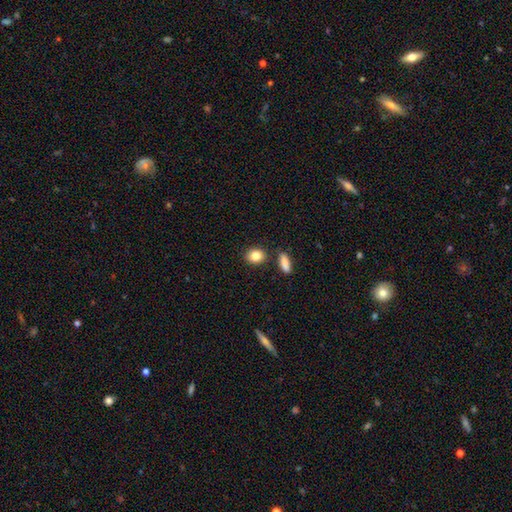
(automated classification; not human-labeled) A smooth galaxy with no disk features (86%) that is round (52%).

Vote fractions:
- Smooth or featured? smooth: 86% / star or artifact: 8% / featured or disk: 6%
- How rounded? round: 52% / in between: 46% / cigar-shaped: 2%
- Merging? none: 80% / minor disturbance: 9% / merger: 8% / major disturbance: 2%